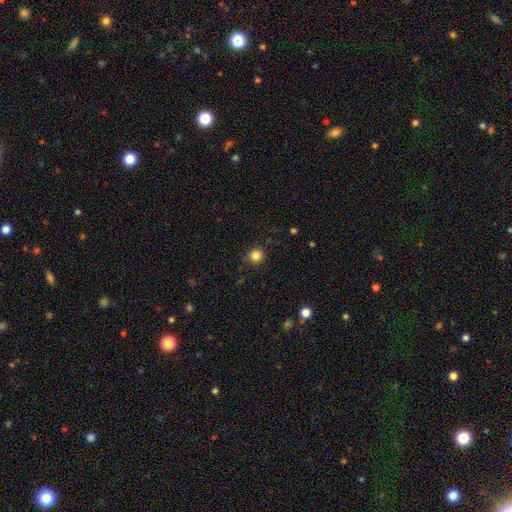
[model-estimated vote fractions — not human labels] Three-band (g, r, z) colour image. It shows a smooth galaxy with no disk features (84%) that is round (93%). Merging: none (89%).